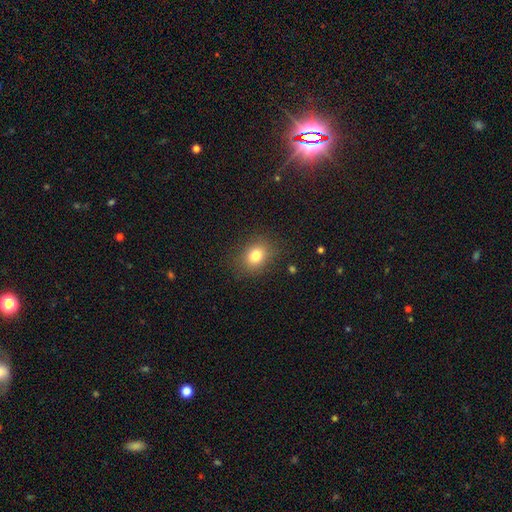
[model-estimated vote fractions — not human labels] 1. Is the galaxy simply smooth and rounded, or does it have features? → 80% smooth, 12% star or artifact, 8% featured or disk.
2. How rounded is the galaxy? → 51% round, 48% in between, 1% cigar-shaped.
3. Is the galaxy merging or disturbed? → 84% none, 11% minor disturbance, 4% major disturbance, 1% merger.